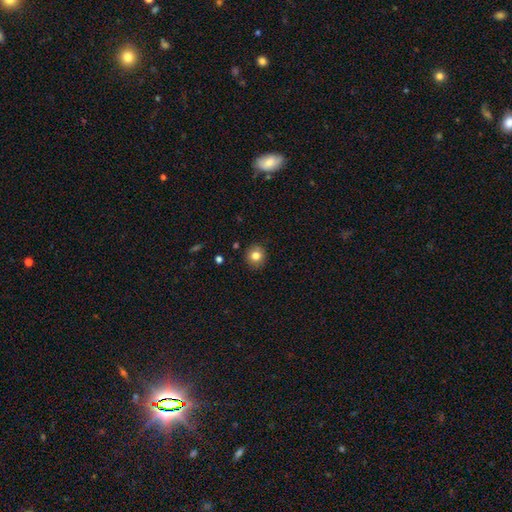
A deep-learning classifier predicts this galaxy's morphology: smooth 81%, star or artifact 11%, featured or disk 8%. Down the decision tree: how rounded — round (89%); merging — none (90%).